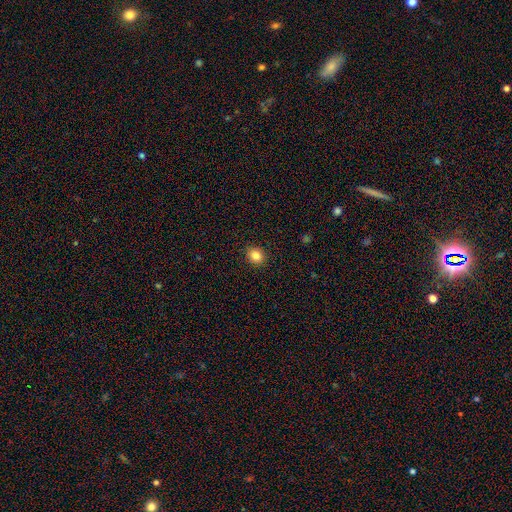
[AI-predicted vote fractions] A smooth galaxy with no disk features (85%) that is round (66%). Merging: none (91%).